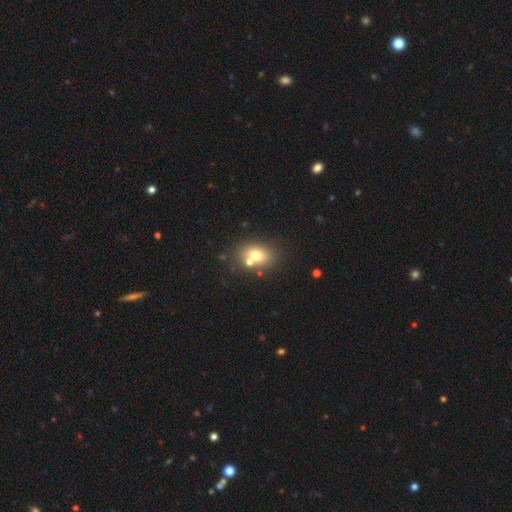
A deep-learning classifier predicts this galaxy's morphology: This appears to be a smooth galaxy with no disk features (70%) that is in between round and cigar-shaped (61%). Merging: none (61%).